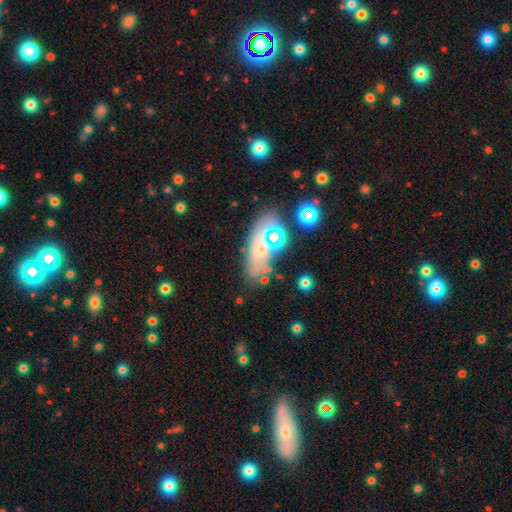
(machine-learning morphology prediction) A smooth galaxy with no disk features (48%).

Vote fractions:
- Smooth or featured? smooth: 48% / featured or disk: 26% / star or artifact: 26%
- Merging? none: 60% / minor disturbance: 19% / merger: 12% / major disturbance: 9%